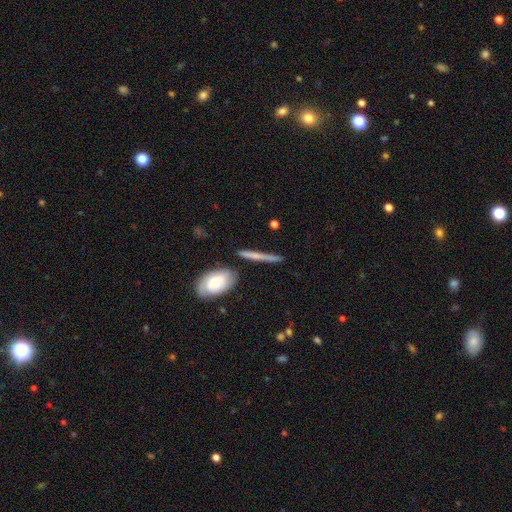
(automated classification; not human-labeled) smooth_or_featured: smooth (p=0.51) [alt: featured or disk p=0.42]
how_rounded: cigar-shaped (p=0.85) [alt: in between p=0.10]
merging: none (p=0.79) [alt: minor disturbance p=0.12]